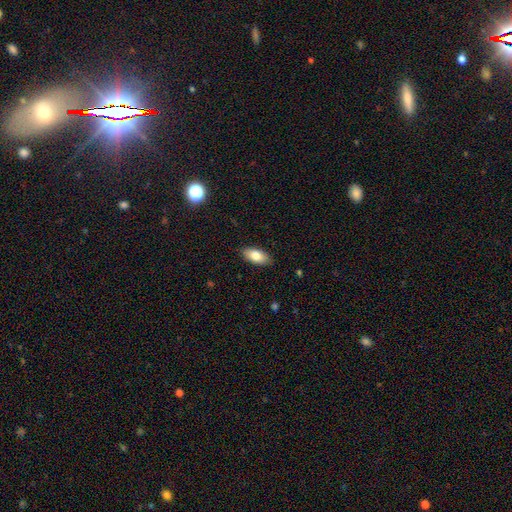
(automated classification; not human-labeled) smooth_or_featured: smooth (p=0.80) [alt: featured or disk p=0.13]
how_rounded: in between (p=0.90) [alt: cigar-shaped p=0.07]
merging: none (p=0.88) [alt: minor disturbance p=0.09]